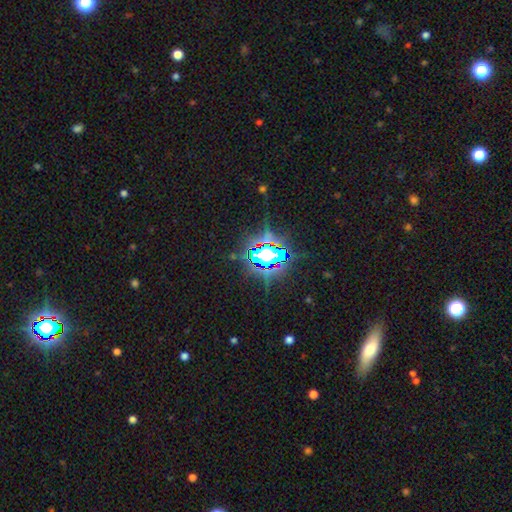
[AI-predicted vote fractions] Smooth or featured? Predicted: star or artifact (p=0.80).